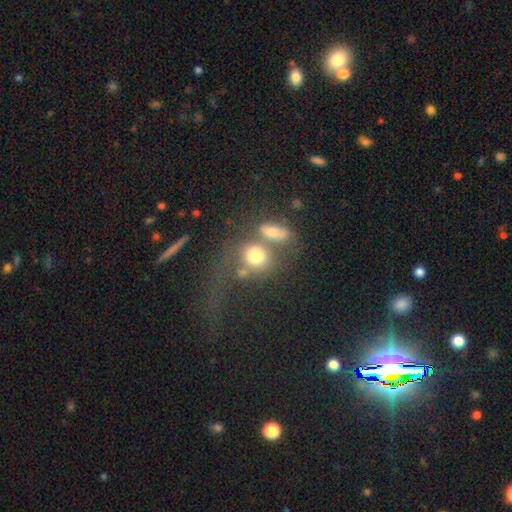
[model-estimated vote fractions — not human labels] Smooth or featured?
  - smooth: 70% *
  - featured or disk: 17%
  - star or artifact: 14%
How rounded?
  - round: 61% *
  - in between: 36%
  - cigar-shaped: 3%
Merging?
  - merger: 45% *
  - none: 32%
  - major disturbance: 13%
  - minor disturbance: 10%